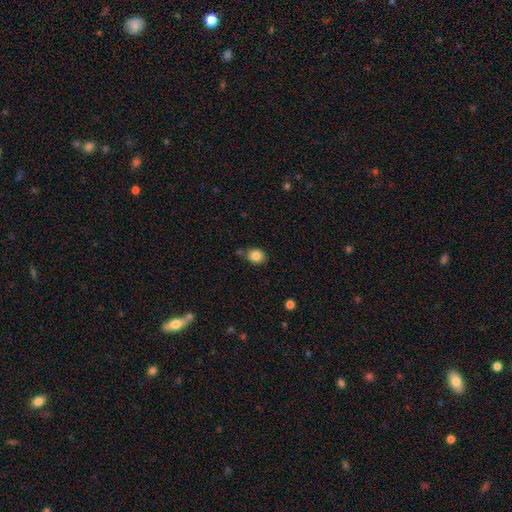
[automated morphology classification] Smooth or featured? Predicted: smooth (p=0.85). How rounded? Predicted: round (p=0.67). Merging? Predicted: none (p=0.74).